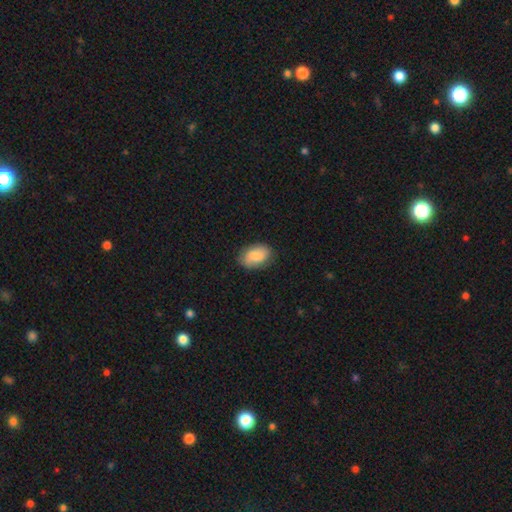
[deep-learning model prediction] This appears to be a smooth galaxy with no disk features (72%) that is in between round and cigar-shaped (85%). Merging: none (79%).